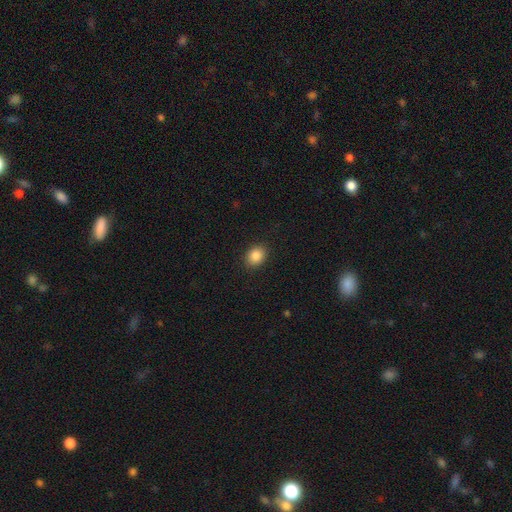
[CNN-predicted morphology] Overall: smooth (86%). How rounded: in between (51%; round 48%). Merging: none (89%).